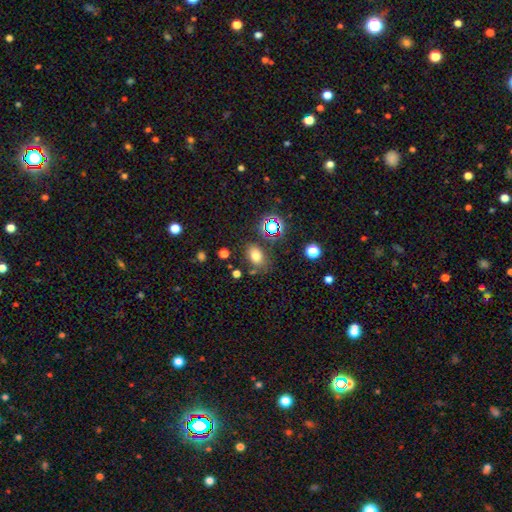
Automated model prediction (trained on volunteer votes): Smooth or featured? Predicted: smooth (p=0.71). How rounded? Predicted: in between (p=0.77). Merging? Predicted: none (p=0.74).